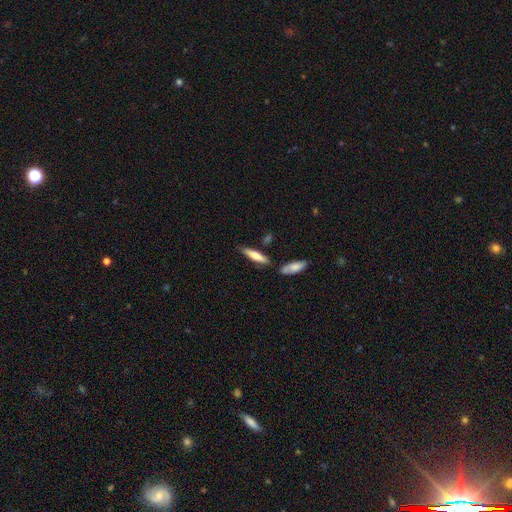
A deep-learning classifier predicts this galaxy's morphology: Overall: smooth (66%; featured or disk 28%). How rounded: cigar-shaped (75%). Merging: none (75%).